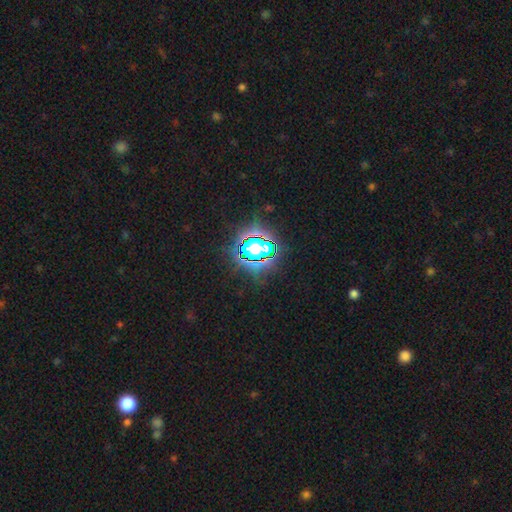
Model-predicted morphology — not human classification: A star or artifact, not a galaxy (79%).